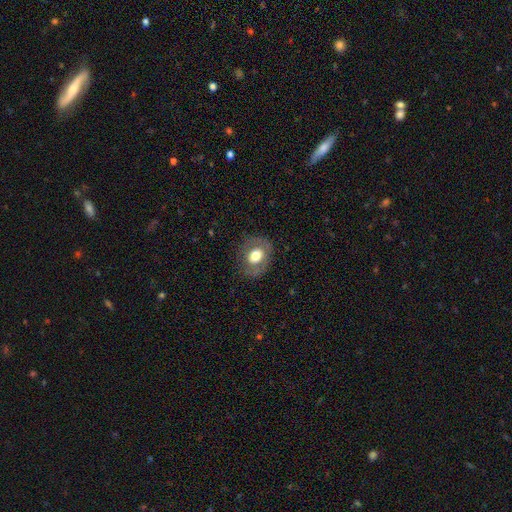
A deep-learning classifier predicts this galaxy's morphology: Smooth or featured?
  - smooth: 57% *
  - featured or disk: 35%
  - star or artifact: 8%
How rounded?
  - round: 51% *
  - in between: 48%
  - cigar-shaped: 1%
Merging?
  - none: 76% *
  - minor disturbance: 15%
  - major disturbance: 8%
  - merger: 1%